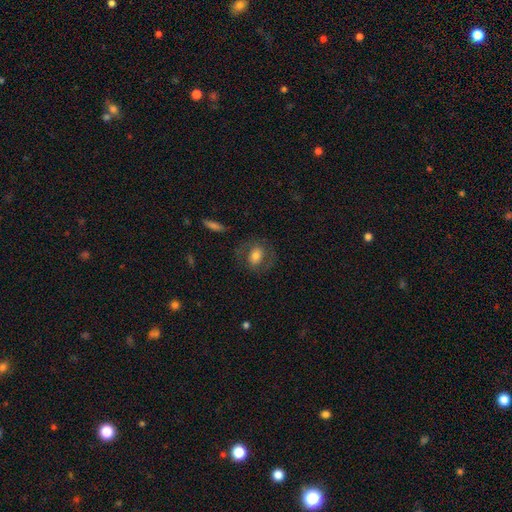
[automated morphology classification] This appears to be a smooth galaxy with no disk features (61%) that is in between round and cigar-shaped (67%). Merging: none (70%).